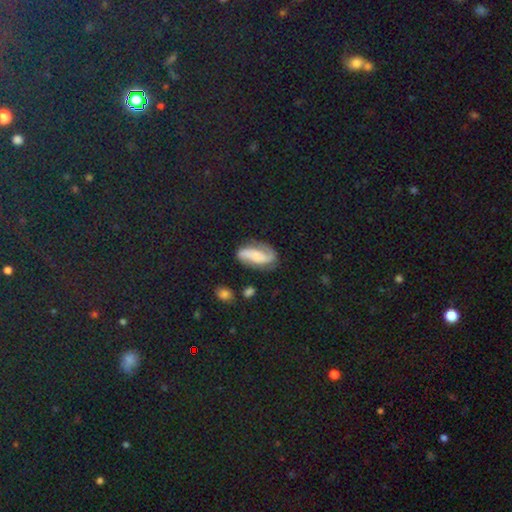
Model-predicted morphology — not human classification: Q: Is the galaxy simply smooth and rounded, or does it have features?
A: featured or disk — 73%.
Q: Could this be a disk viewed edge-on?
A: no — 95%.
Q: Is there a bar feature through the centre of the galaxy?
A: no — 48%.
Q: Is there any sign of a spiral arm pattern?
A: yes — 94%.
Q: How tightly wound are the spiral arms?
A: medium — 42%.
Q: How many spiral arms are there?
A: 2 — 89%.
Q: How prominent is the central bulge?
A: small — 37%.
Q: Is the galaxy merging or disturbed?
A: none — 71%.